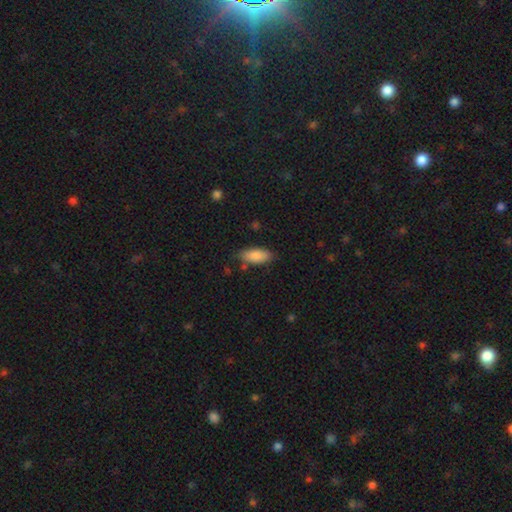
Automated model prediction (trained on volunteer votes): Smooth or featured? Predicted: smooth (p=0.86). How rounded? Predicted: in between (p=0.84). Merging? Predicted: none (p=0.75).